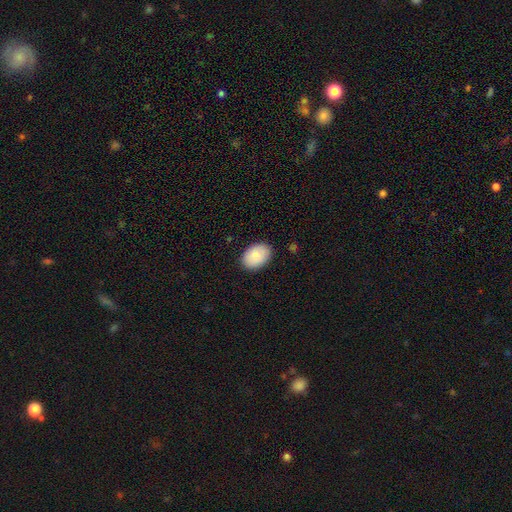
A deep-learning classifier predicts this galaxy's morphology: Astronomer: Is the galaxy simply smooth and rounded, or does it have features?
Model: smooth — 84%.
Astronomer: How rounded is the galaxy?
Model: in between — 84%.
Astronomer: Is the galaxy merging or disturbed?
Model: none — 87%.